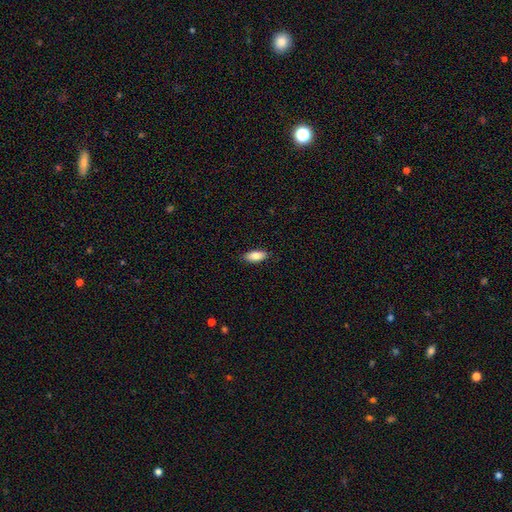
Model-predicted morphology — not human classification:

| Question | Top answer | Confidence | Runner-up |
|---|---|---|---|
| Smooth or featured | smooth | 84% | featured or disk (9%) |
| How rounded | in between | 85% | cigar-shaped (13%) |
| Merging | none | 88% | minor disturbance (10%) |